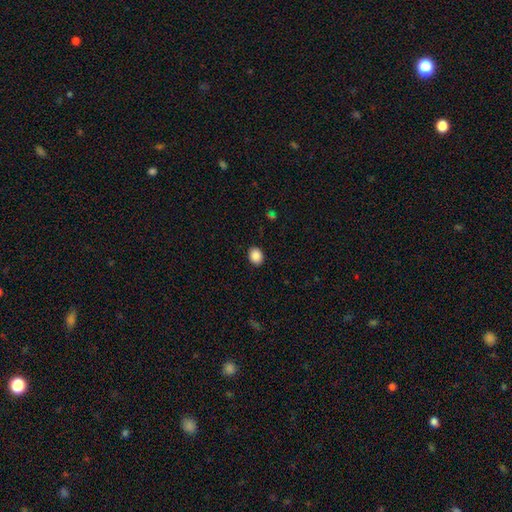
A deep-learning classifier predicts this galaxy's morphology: Smooth or featured?
  - smooth: 88% *
  - star or artifact: 8%
  - featured or disk: 3%
How rounded?
  - round: 55% *
  - in between: 44%
  - cigar-shaped: 1%
Merging?
  - none: 90% *
  - minor disturbance: 7%
  - major disturbance: 2%
  - merger: 1%